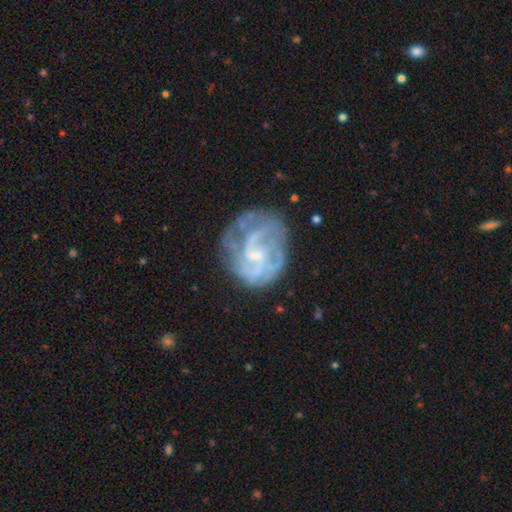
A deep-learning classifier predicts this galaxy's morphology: featured or disk 81%, smooth 12%, star or artifact 7%. Down the decision tree: edge-on disk — no (98%); bar — weak (46%); spiral arms — yes (87%); spiral arm count — can't tell (32%); spiral winding — tight (44%); bulge size — small (63%); merging — none (58%).